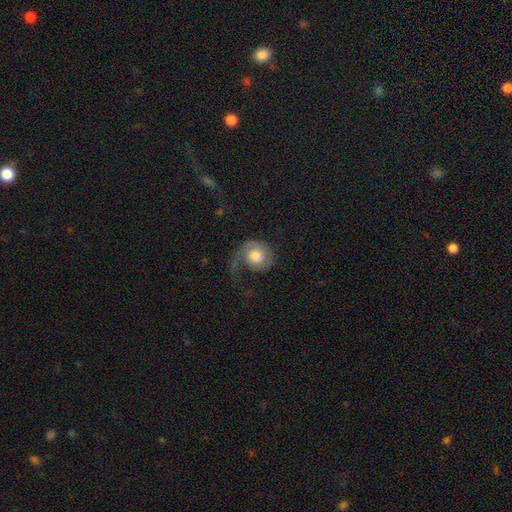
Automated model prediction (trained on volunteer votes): Smooth or featured: featured or disk — 55% (smooth — 38%)
Edge-on disk: no — 97% (yes — 3%)
Bar: no — 76% (weak — 21%)
Spiral arms: yes — 86% (no — 14%)
Bulge size: moderate — 51% (large — 30%)
Merging: major disturbance — 44% (none — 36%)